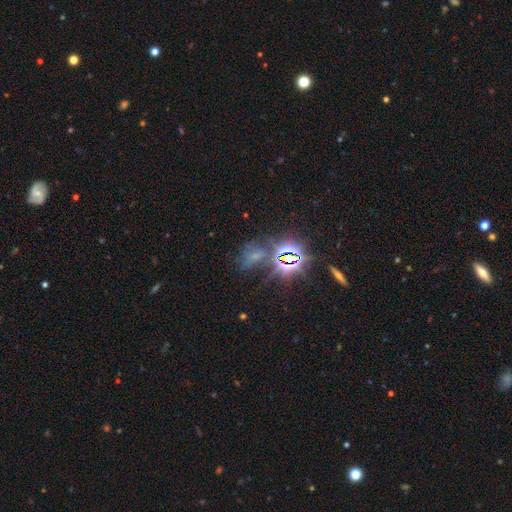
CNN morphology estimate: A star or artifact, not a galaxy (59%).

Vote fractions:
- Smooth or featured? star or artifact: 59% / smooth: 25% / featured or disk: 16%